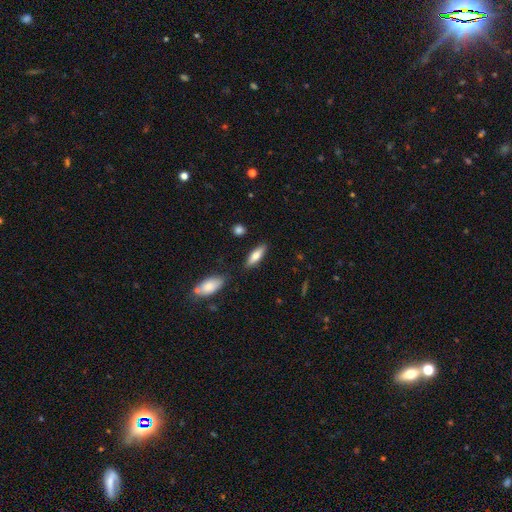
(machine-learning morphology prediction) A smooth galaxy with no disk features (70%) that is in between round and cigar-shaped (53%).

Vote fractions:
- Smooth or featured? smooth: 70% / featured or disk: 24% / star or artifact: 6%
- How rounded? in between: 53% / cigar-shaped: 45% / round: 2%
- Merging? none: 83% / minor disturbance: 11% / merger: 4% / major disturbance: 2%